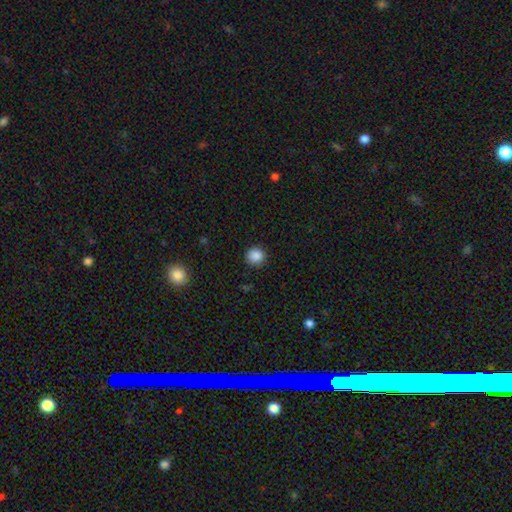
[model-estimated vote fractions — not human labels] A smooth galaxy with no disk features (87%) that is round (92%).

Vote fractions:
- Smooth or featured? smooth: 87% / star or artifact: 10% / featured or disk: 3%
- How rounded? round: 92% / in between: 7% / cigar-shaped: 1%
- Merging? none: 89% / minor disturbance: 7% / major disturbance: 2% / merger: 1%